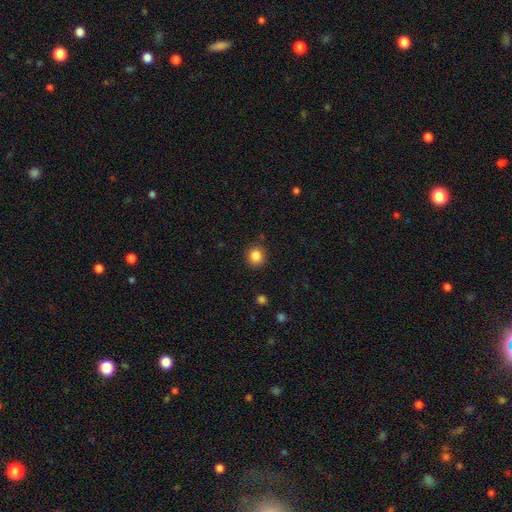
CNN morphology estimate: smooth 85%, star or artifact 11%, featured or disk 5%. Down the decision tree: how rounded — round (86%); merging — none (89%).